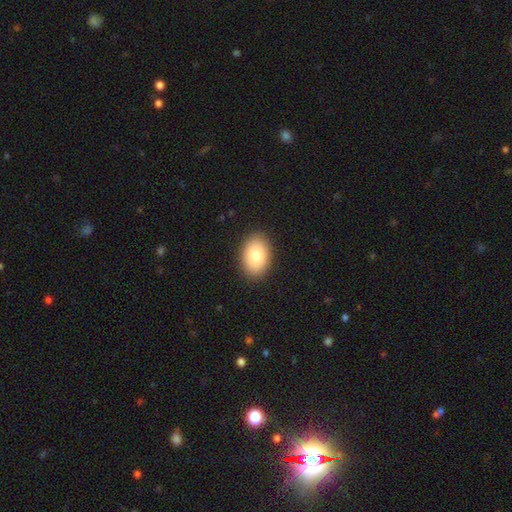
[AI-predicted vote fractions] A smooth galaxy with no disk features (84%) that is in between round and cigar-shaped (86%).

Vote fractions:
- Smooth or featured? smooth: 84% / featured or disk: 9% / star or artifact: 7%
- How rounded? in between: 86% / round: 13% / cigar-shaped: 1%
- Merging? none: 89% / minor disturbance: 8% / major disturbance: 2% / merger: 1%